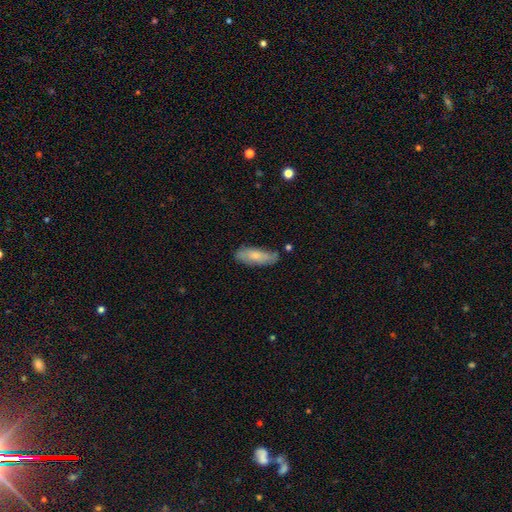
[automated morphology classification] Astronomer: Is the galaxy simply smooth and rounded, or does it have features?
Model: smooth — 71%.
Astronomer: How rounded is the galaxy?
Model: in between — 59% (runner-up: cigar-shaped, 39%).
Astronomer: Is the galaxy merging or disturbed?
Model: none — 75%.